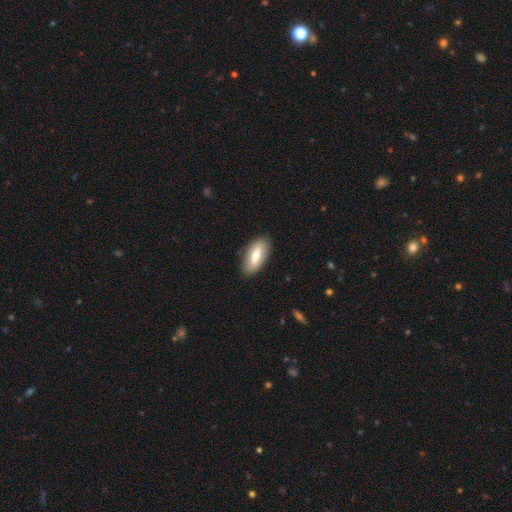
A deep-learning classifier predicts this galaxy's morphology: Smooth or featured? Predicted: smooth (p=0.68). How rounded? Predicted: in between (p=0.88). Merging? Predicted: none (p=0.85).